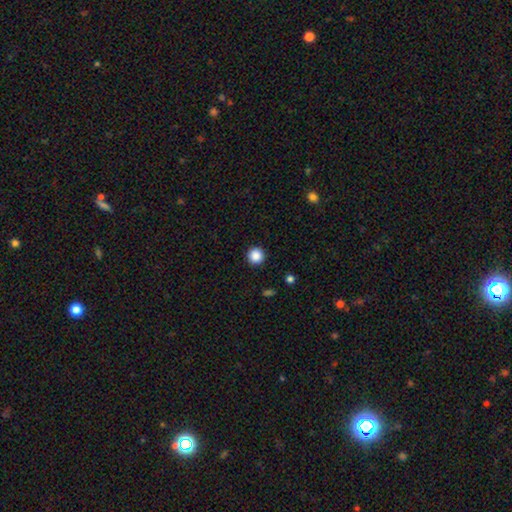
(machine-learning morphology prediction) smooth-or-featured: smooth: 88% | star or artifact: 10% | featured or disk: 3%
  how-rounded: round: 96% | in between: 3% | cigar-shaped: 1%
  merging: none: 93% | minor disturbance: 5% | major disturbance: 2% | merger: 1%